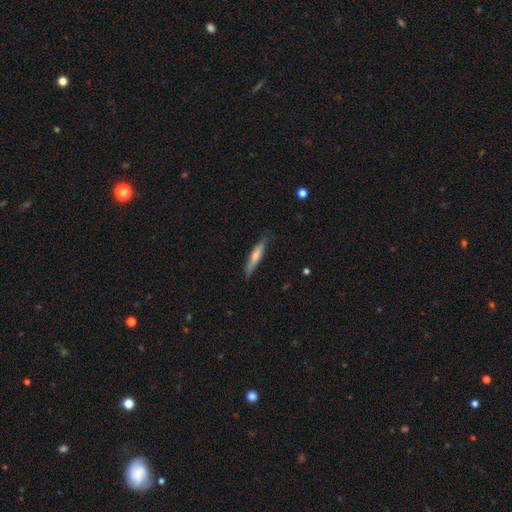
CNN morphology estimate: Overall: smooth (59%; featured or disk 35%). How rounded: cigar-shaped (87%). Merging: none (78%).